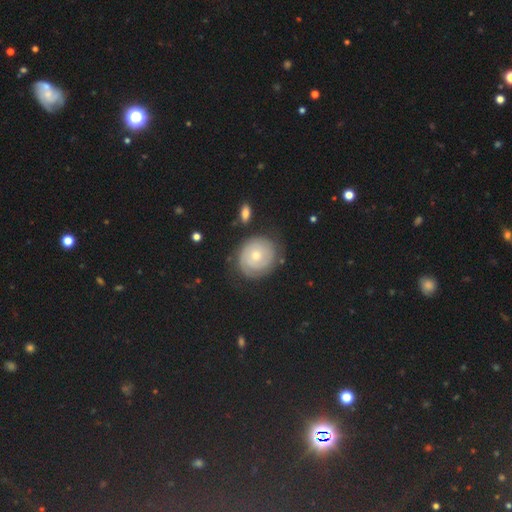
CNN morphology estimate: smooth-or-featured: featured or disk: 68% | smooth: 25% | star or artifact: 7%
  disk-edge-on: no: 97% | yes: 3%
    bar: no: 79% | weak: 18% | strong: 3%
    has-spiral-arms: yes: 88% | no: 12%
      spiral-winding: tight: 82% | medium: 13% | loose: 5%
      spiral-arm-count: 2: 43% | can't tell: 34% | 3: 8% | 1: 8% | 4: 4% | more than 4: 3%
    bulge-size: moderate: 50% | small: 45% | large: 3% | none: 1% | dominant: 1%
  merging: none: 78% | minor disturbance: 14% | major disturbance: 5% | merger: 3%